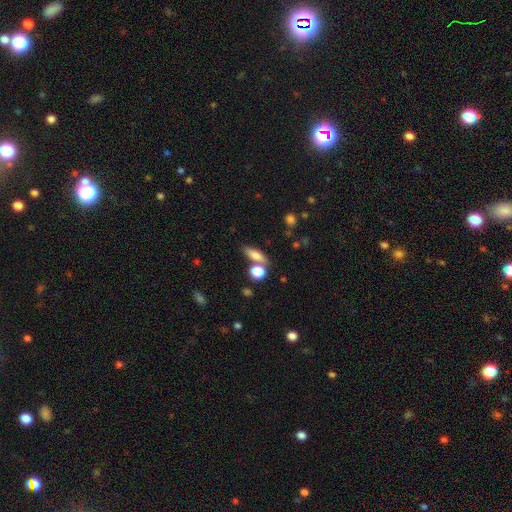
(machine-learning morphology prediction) Smooth or featured? smooth (74%)
How rounded? in between (54%)
Merging? none (63%)